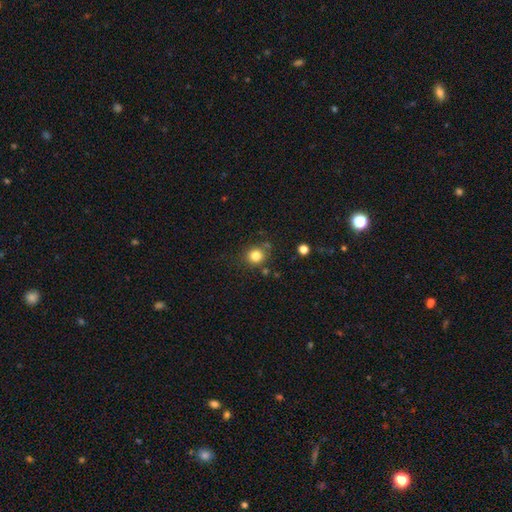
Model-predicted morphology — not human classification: Smooth or featured? Predicted: smooth (p=0.82). How rounded? Predicted: round (p=0.85). Merging? Predicted: none (p=0.79).